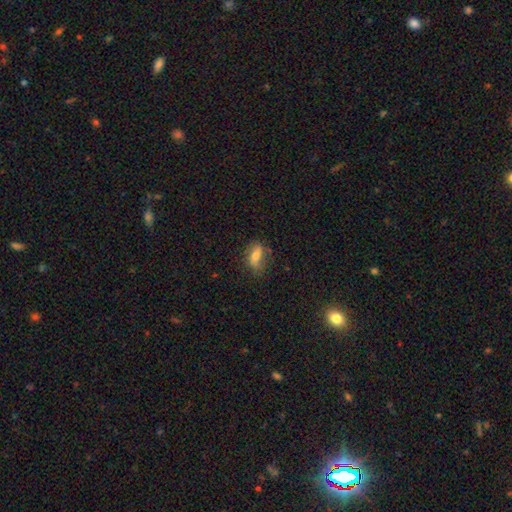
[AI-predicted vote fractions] Overall: smooth (62%; featured or disk 29%). How rounded: in between (77%). Merging: none (71%).